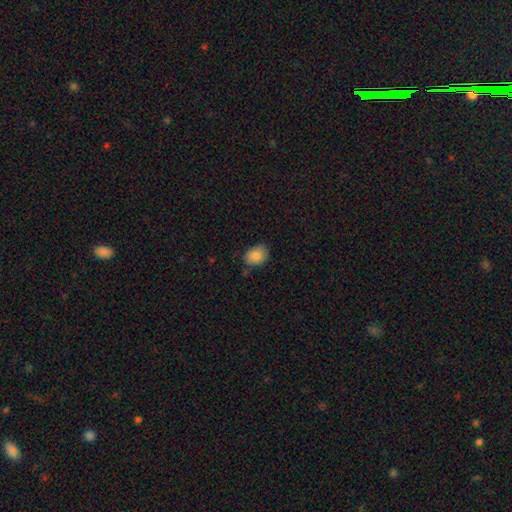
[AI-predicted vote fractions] A smooth galaxy with no disk features (84%) that is in between round and cigar-shaped (65%).

Vote fractions:
- Smooth or featured? smooth: 84% / star or artifact: 8% / featured or disk: 8%
- How rounded? in between: 65% / round: 34% / cigar-shaped: 1%
- Merging? none: 71% / minor disturbance: 23% / major disturbance: 4% / merger: 2%